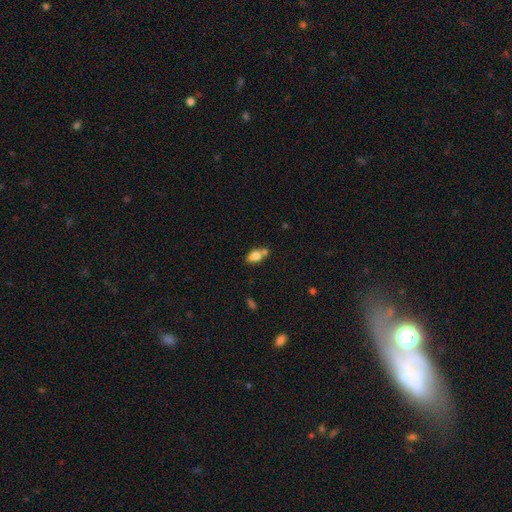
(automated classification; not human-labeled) A smooth galaxy with no disk features (77%) that is in between round and cigar-shaped (83%).

Vote fractions:
- Smooth or featured? smooth: 77% / featured or disk: 14% / star or artifact: 9%
- How rounded? in between: 83% / round: 11% / cigar-shaped: 5%
- Merging? none: 44% / merger: 36% / minor disturbance: 14% / major disturbance: 5%